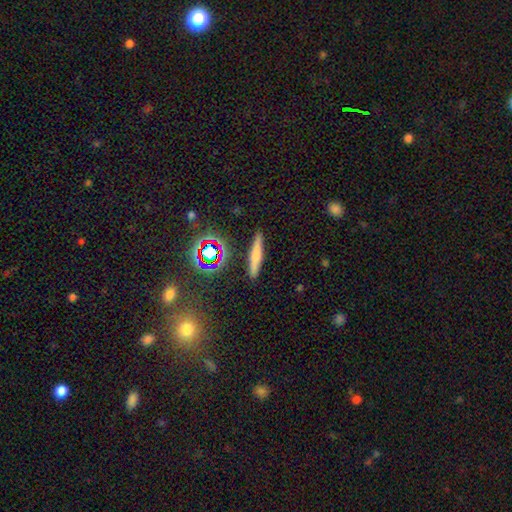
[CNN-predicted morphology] smooth_or_featured: smooth (p=0.56) [alt: featured or disk p=0.32]
how_rounded: cigar-shaped (p=0.86) [alt: in between p=0.09]
merging: none (p=0.88) [alt: minor disturbance p=0.08]